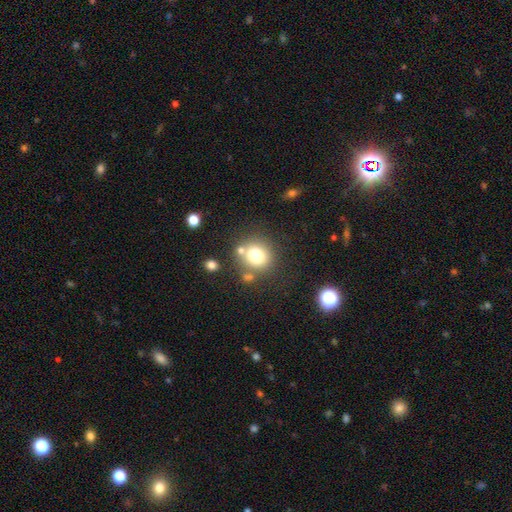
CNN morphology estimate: This is likely a smooth galaxy (75%). How rounded: clearly round (85%). Merging: likely none (70%).